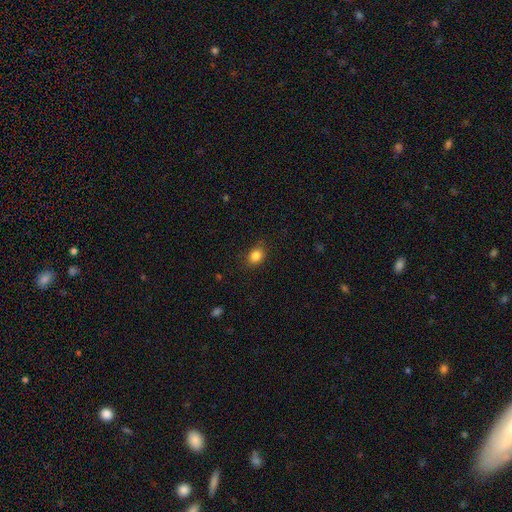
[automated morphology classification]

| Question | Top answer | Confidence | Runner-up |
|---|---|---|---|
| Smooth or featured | smooth | 85% | star or artifact (10%) |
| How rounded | in between | 51% | round (48%) |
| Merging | none | 84% | minor disturbance (12%) |